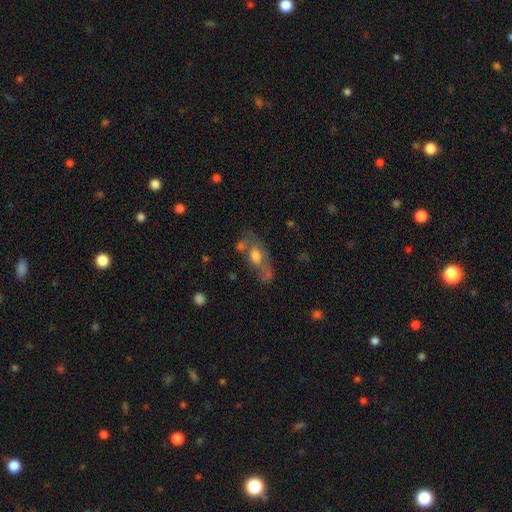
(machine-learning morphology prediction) Smooth or featured? smooth (55%)
How rounded? in between (78%)
Merging? none (36%)